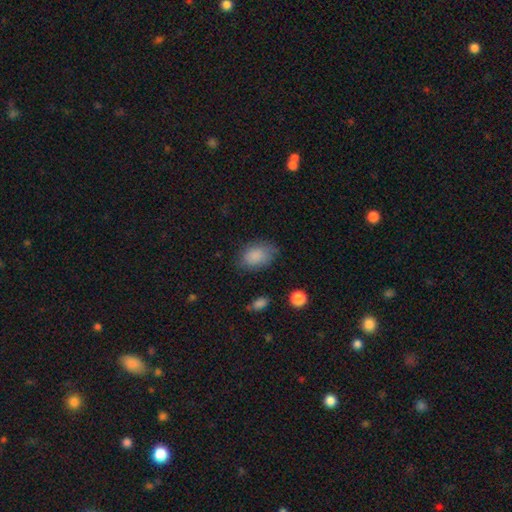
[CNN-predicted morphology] A smooth galaxy with no disk features (86%) that is in between round and cigar-shaped (84%). Merging: none (72%).